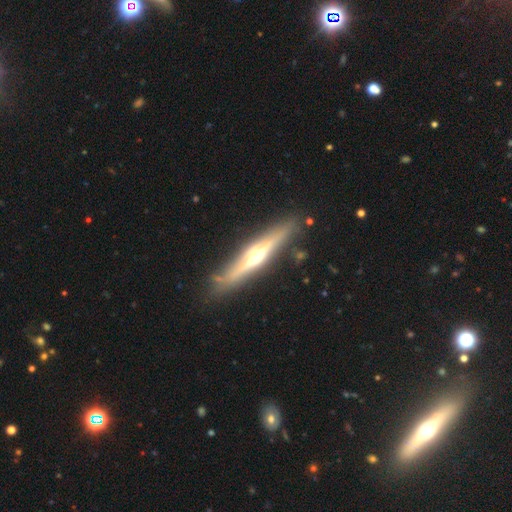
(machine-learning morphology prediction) smooth-or-featured: featured or disk: 76% | smooth: 18% | star or artifact: 5%
  disk-edge-on: yes: 95% | no: 5%
    edge-on-bulge: rounded: 89% | none: 6% | boxy: 5%
  merging: none: 83% | minor disturbance: 12% | major disturbance: 3% | merger: 3%